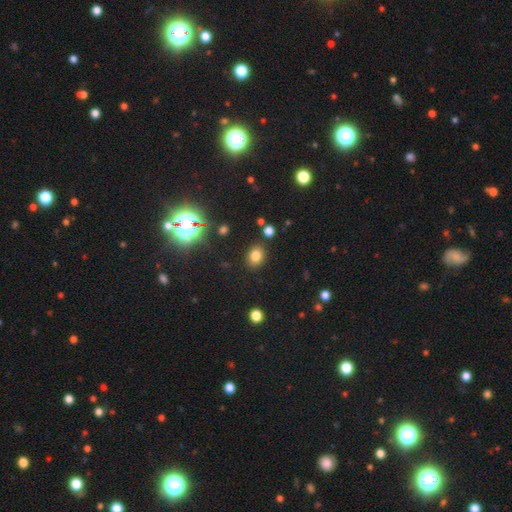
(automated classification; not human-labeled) Smooth or featured? Predicted: smooth (p=0.77). How rounded? Predicted: in between (p=0.54). Merging? Predicted: none (p=0.85).